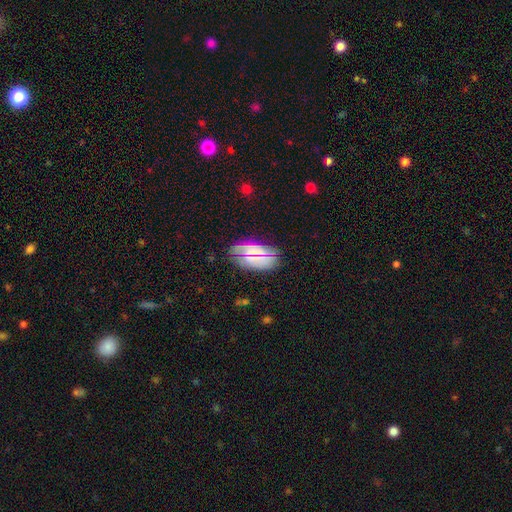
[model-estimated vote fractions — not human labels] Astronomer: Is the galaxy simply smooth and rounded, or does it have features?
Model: smooth — 68%.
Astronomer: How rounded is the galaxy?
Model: in between — 92%.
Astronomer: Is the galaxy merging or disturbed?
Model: none — 81%.